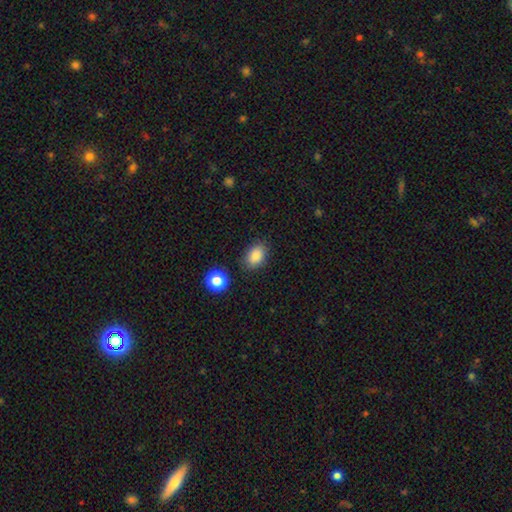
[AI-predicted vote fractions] This is clearly a smooth galaxy (87%). How rounded: clearly in between (84%). Merging: clearly none (83%).